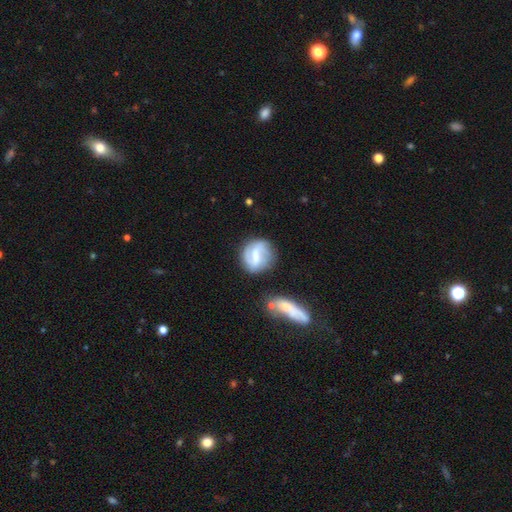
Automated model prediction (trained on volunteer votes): This appears to be a featured or disk galaxy (63%) with a weak bar (46%), spiral arms (82%) and a small central bulge (34%). Merging: none (64%).